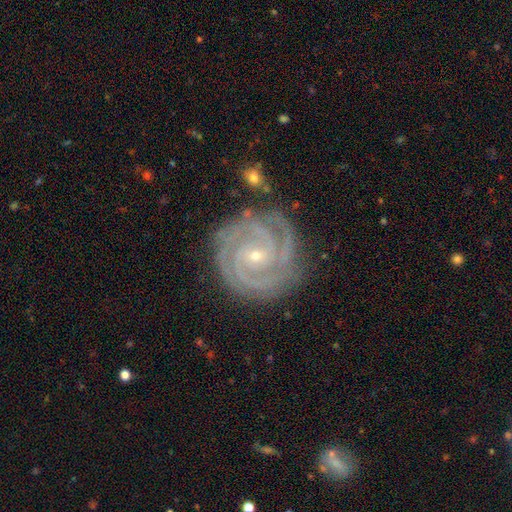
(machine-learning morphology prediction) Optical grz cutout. It shows a featured or disk galaxy (92%) with no bar (61%), 3 (36%) tight (82%) spiral arms (99%) and a small central bulge (81%). Merging: none (80%).